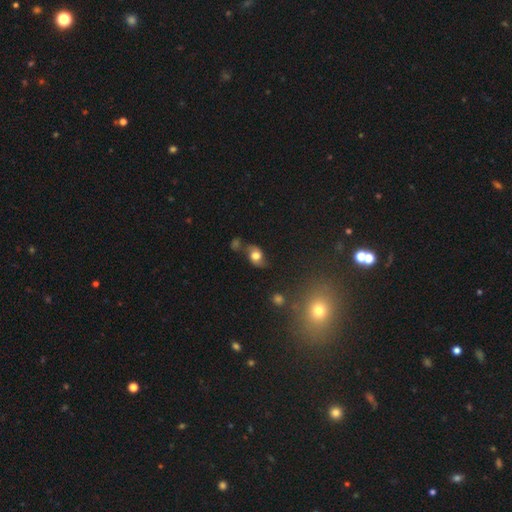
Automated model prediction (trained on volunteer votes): smooth_or_featured: smooth (p=0.57) [alt: featured or disk p=0.32]
how_rounded: in between (p=0.70) [alt: round p=0.27]
merging: none (p=0.59) [alt: minor disturbance p=0.22]